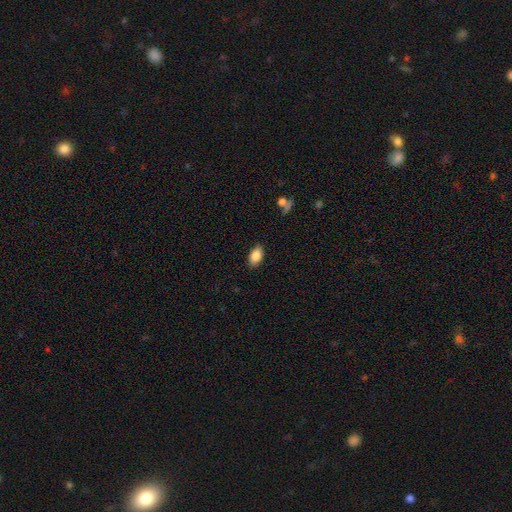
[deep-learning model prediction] Q: Smooth or featured?
A: smooth (86%); runner-up: star or artifact (8%)
Q: How rounded?
A: in between (90%); runner-up: round (8%)
Q: Merging?
A: none (85%); runner-up: minor disturbance (11%)